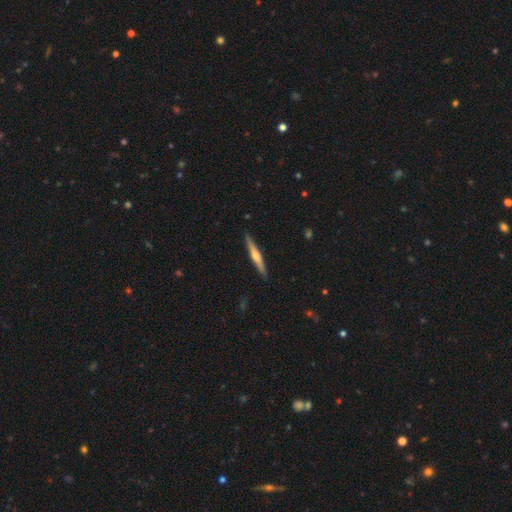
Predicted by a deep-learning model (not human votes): This is likely a featured or disk galaxy (64%). It is clearly viewed edge-on (98%). Edge-on bulge: clearly rounded (84%). Merging: clearly none (91%).